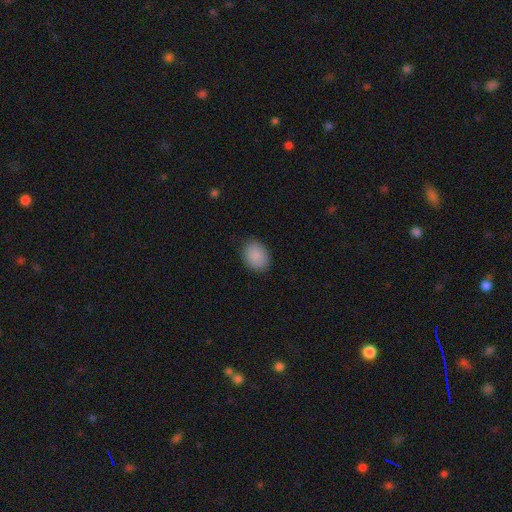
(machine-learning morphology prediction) This is clearly a smooth galaxy (89%). How rounded: possibly in between (59%). Merging: clearly none (87%).